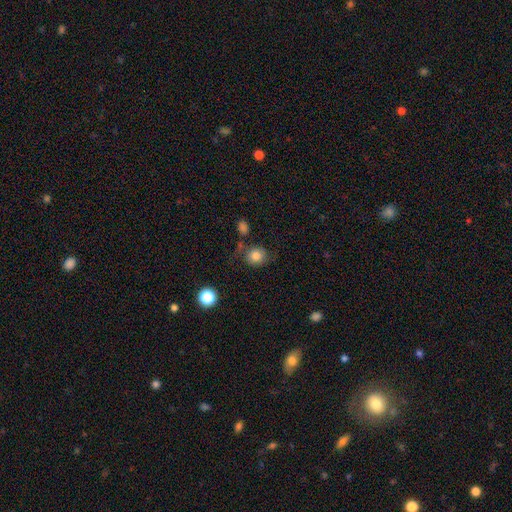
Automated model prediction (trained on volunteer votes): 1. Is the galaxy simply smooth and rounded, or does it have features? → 82% smooth, 10% star or artifact, 8% featured or disk.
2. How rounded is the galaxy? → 82% round, 17% in between, 1% cigar-shaped.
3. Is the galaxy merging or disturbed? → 71% none, 16% minor disturbance, 7% merger, 6% major disturbance.